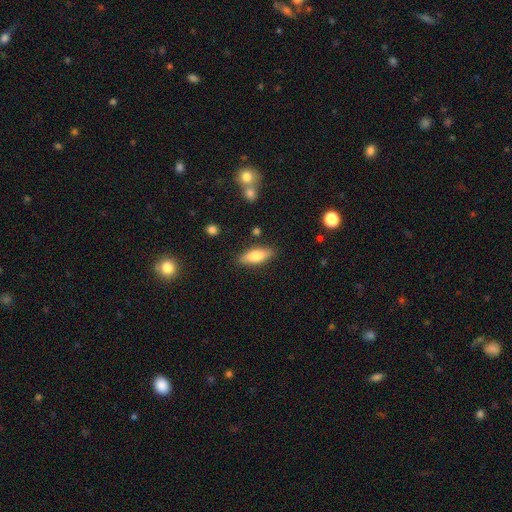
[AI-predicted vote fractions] Smooth or featured? smooth (74%)
How rounded? in between (64%)
Merging? none (84%)